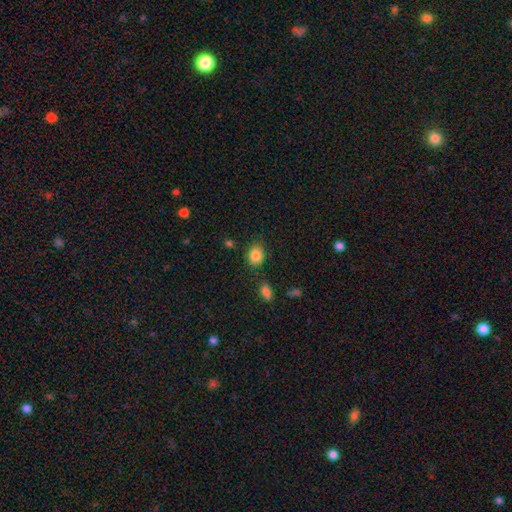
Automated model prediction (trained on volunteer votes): Smooth or featured: smooth — 85% (star or artifact — 9%)
How rounded: round — 51% (in between — 48%)
Merging: none — 79% (minor disturbance — 14%)